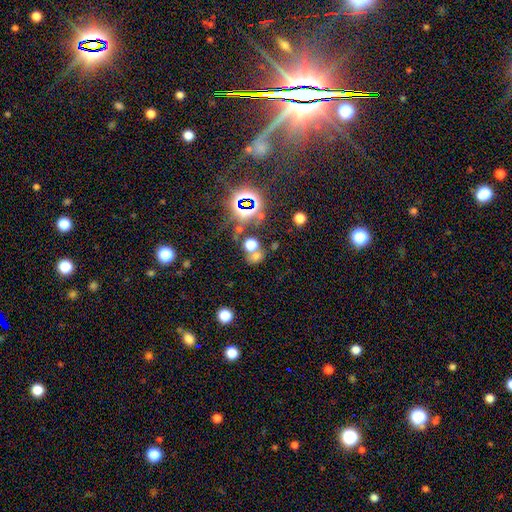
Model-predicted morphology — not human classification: smooth_or_featured: smooth (p=0.52) [alt: star or artifact p=0.38]
how_rounded: round (p=0.66) [alt: in between p=0.32]
merging: none (p=0.56) [alt: merger p=0.28]